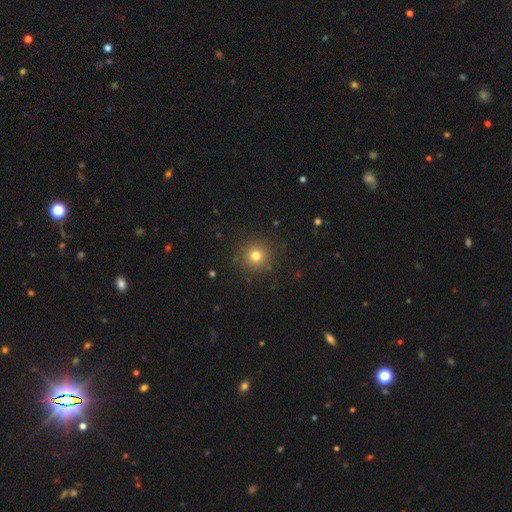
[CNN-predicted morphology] Q: Smooth or featured?
A: smooth (77%); runner-up: star or artifact (16%)
Q: How rounded?
A: round (94%); runner-up: in between (5%)
Q: Merging?
A: none (89%); runner-up: minor disturbance (7%)